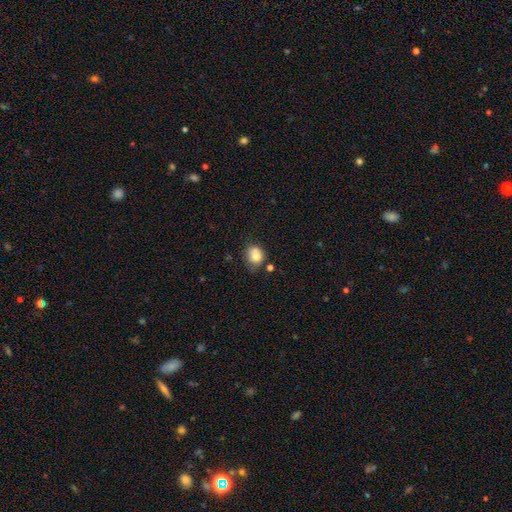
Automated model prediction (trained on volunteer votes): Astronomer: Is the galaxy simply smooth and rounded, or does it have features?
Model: smooth — 77%.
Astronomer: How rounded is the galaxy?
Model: round — 67%.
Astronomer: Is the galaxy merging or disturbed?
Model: none — 54%.